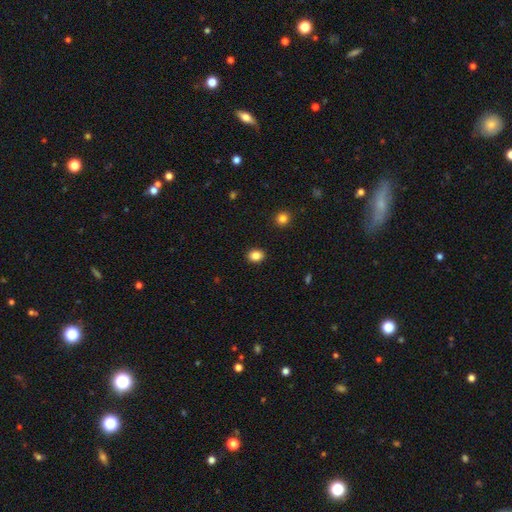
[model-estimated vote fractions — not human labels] This is clearly a smooth galaxy (84%). How rounded: possibly round (57%). Merging: clearly none (91%).